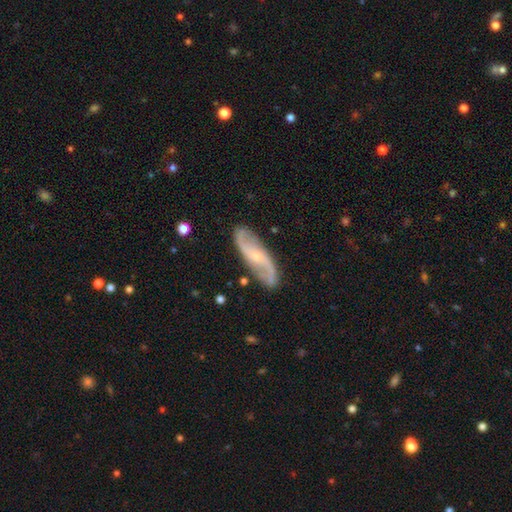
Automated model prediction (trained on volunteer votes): Overall: featured or disk (83%). Edge-on disk: no (90%). Bar: no (55%; weak 34%). Spiral arms: yes (95%). Spiral arm count: 2 (90%). Spiral winding: loose (48%; medium 37%). Bulge size: small (74%). Merging: none (83%).